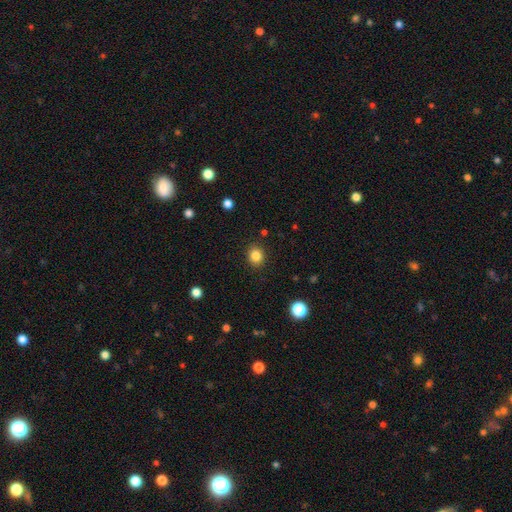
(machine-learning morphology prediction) smooth 84%, star or artifact 11%, featured or disk 5%. Down the decision tree: how rounded — round (70%); merging — none (89%).